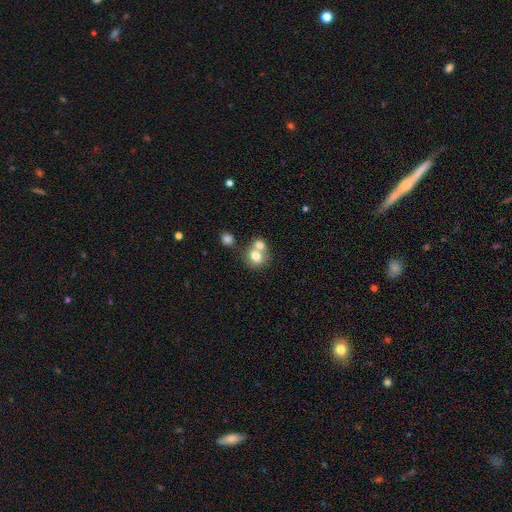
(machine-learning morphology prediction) smooth-or-featured: smooth: 74% | featured or disk: 16% | star or artifact: 10%
  how-rounded: round: 67% | in between: 32% | cigar-shaped: 1%
  merging: merger: 55% | none: 34% | minor disturbance: 8% | major disturbance: 4%